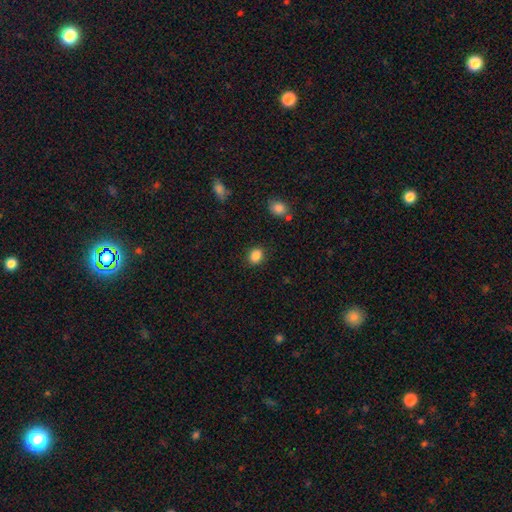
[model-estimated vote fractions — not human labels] Smooth or featured? Predicted: smooth (p=0.86). How rounded? Predicted: in between (p=0.52). Merging? Predicted: none (p=0.87).